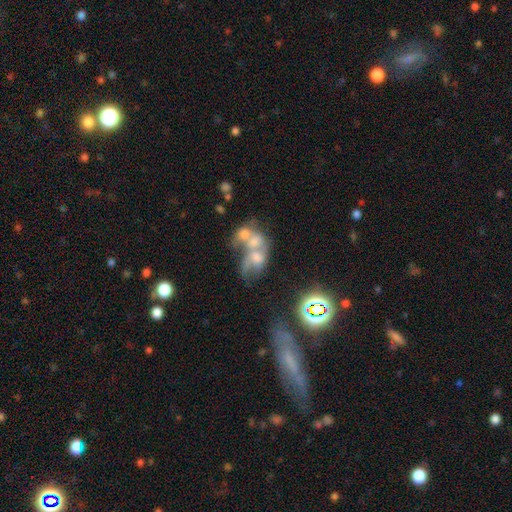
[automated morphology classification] Smooth or featured?
  - featured or disk: 47% *
  - smooth: 32%
  - star or artifact: 21%
Merging?
  - merger: 67% *
  - major disturbance: 14%
  - none: 12%
  - minor disturbance: 7%